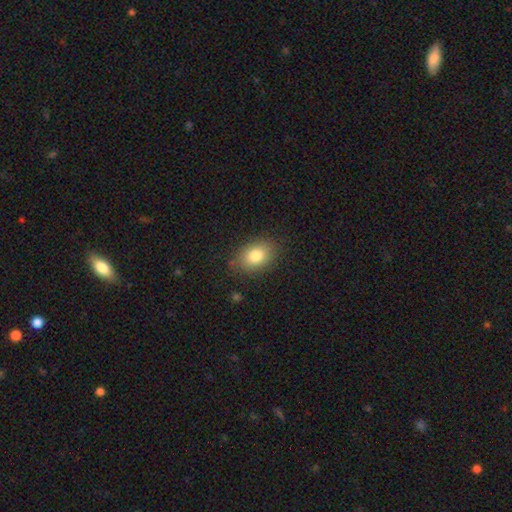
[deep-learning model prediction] smooth-or-featured: smooth: 81% | featured or disk: 10% | star or artifact: 9%
  how-rounded: in between: 78% | round: 21% | cigar-shaped: 1%
  merging: none: 82% | minor disturbance: 13% | major disturbance: 4% | merger: 1%